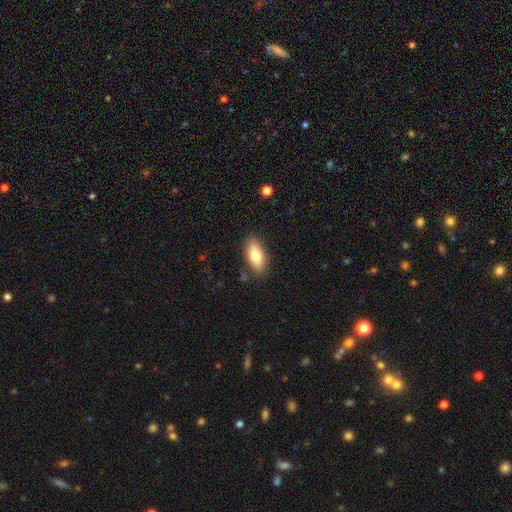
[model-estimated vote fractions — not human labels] A smooth galaxy with no disk features (78%) that is in between round and cigar-shaped (84%). Merging: none (85%).